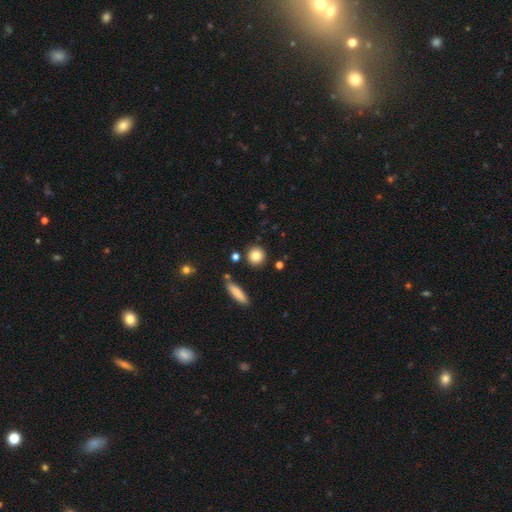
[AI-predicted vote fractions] Smooth or featured? Predicted: smooth (p=0.82). How rounded? Predicted: round (p=0.87). Merging? Predicted: none (p=0.86).